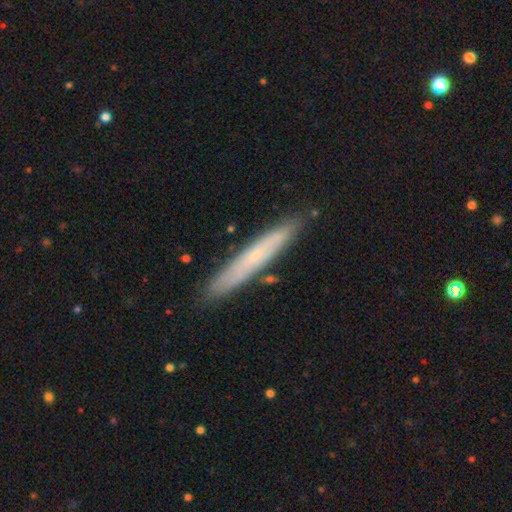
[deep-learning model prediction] Smooth or featured?
  - smooth: 49% *
  - featured or disk: 44%
  - star or artifact: 7%
Merging?
  - none: 87% *
  - minor disturbance: 10%
  - merger: 2%
  - major disturbance: 2%